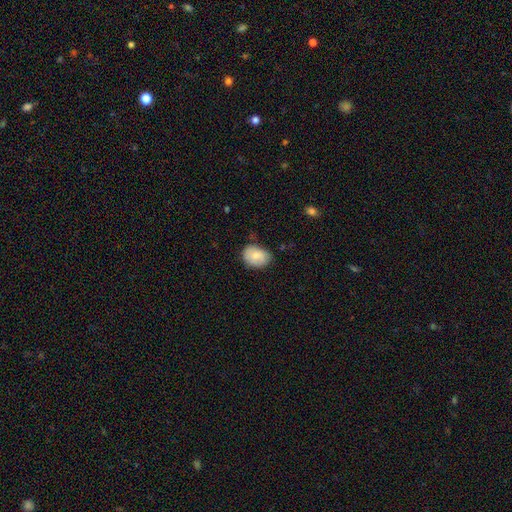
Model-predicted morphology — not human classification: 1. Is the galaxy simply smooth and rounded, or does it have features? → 78% smooth, 15% featured or disk, 7% star or artifact.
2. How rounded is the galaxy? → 70% in between, 29% round, 1% cigar-shaped.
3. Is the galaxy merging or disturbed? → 63% none, 30% minor disturbance, 5% major disturbance, 2% merger.